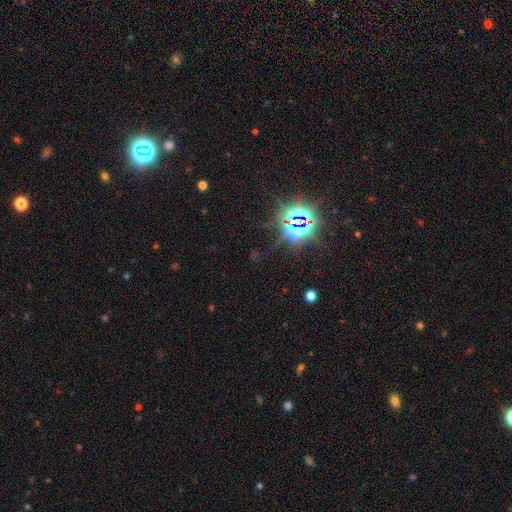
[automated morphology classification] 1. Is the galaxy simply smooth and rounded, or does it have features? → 82% star or artifact, 10% smooth, 8% featured or disk.